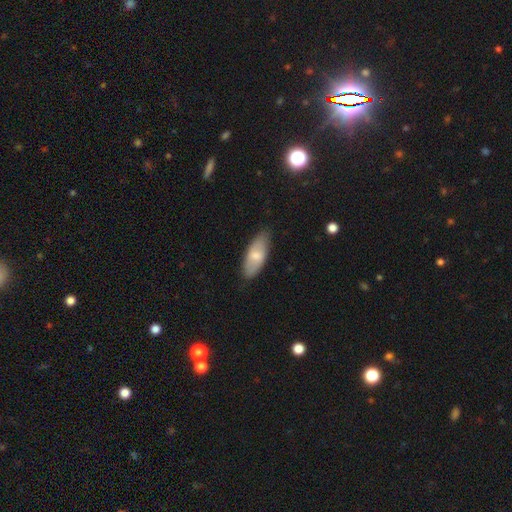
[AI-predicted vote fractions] Q: Smooth or featured?
A: smooth (72%); runner-up: featured or disk (23%)
Q: How rounded?
A: in between (81%); runner-up: cigar-shaped (17%)
Q: Merging?
A: none (79%); runner-up: minor disturbance (17%)